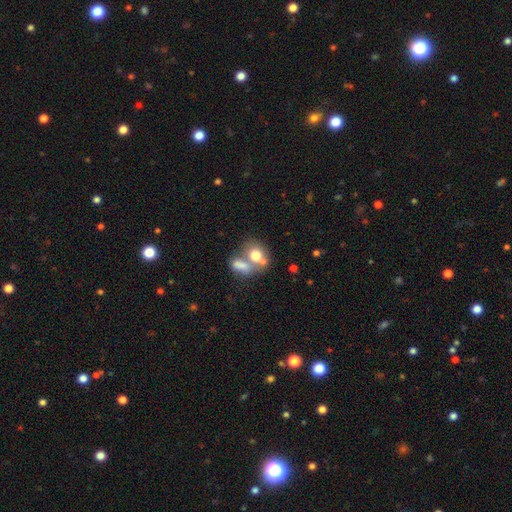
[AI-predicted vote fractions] Morphology: type=smooth (69%); roundness=round (54%); merging=merger (55%).